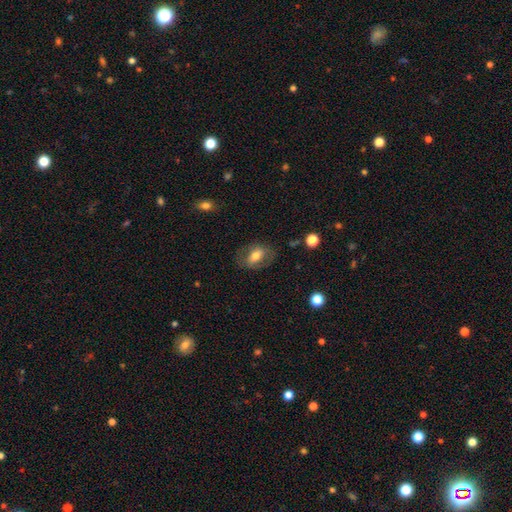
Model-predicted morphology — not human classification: Smooth or featured: smooth — 58% (featured or disk — 34%)
How rounded: in between — 81% (round — 16%)
Merging: none — 71% (minor disturbance — 17%)